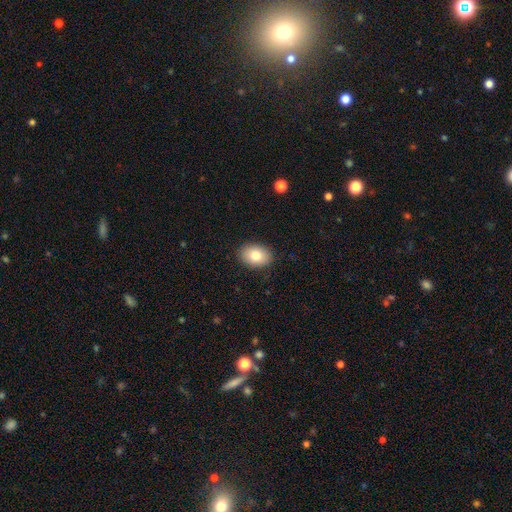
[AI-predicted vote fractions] Smooth or featured: smooth — 81% (featured or disk — 11%)
How rounded: in between — 76% (round — 23%)
Merging: none — 89% (minor disturbance — 8%)